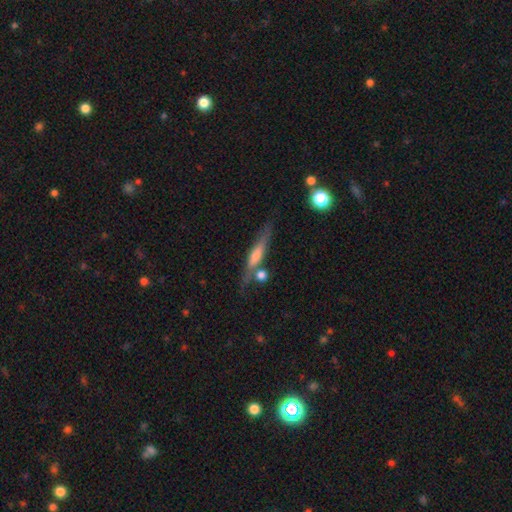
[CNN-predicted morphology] featured or disk 60%, smooth 32%, star or artifact 8%. Down the decision tree: edge-on disk — yes (92%); edge-on bulge — rounded (55%); merging — none (69%).